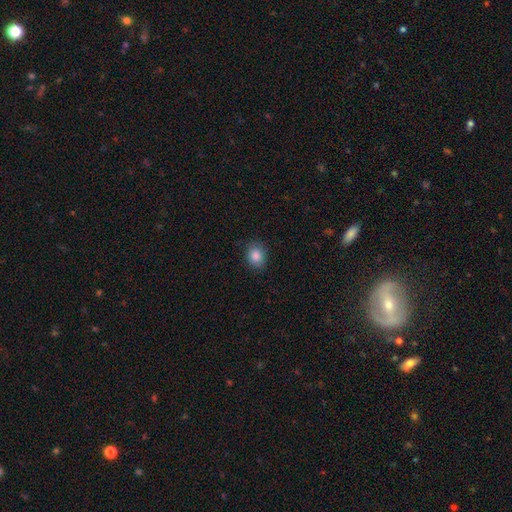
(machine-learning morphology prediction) A smooth galaxy with no disk features (86%) that is round (52%).

Vote fractions:
- Smooth or featured? smooth: 86% / star or artifact: 9% / featured or disk: 5%
- How rounded? round: 52% / in between: 47% / cigar-shaped: 1%
- Merging? none: 85% / minor disturbance: 11% / major disturbance: 3% / merger: 1%